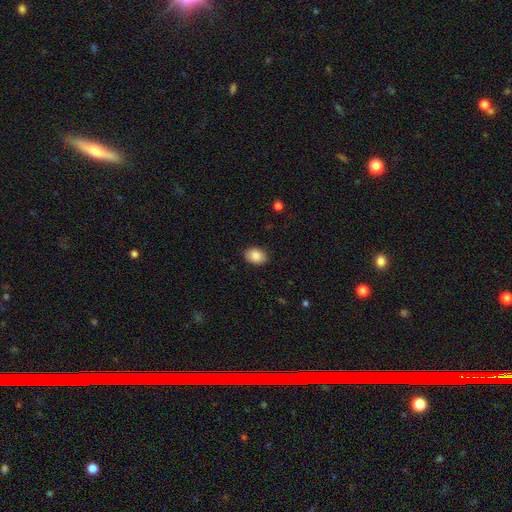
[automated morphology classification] type=smooth (88%); roundness=in between (77%); merging=none (88%).